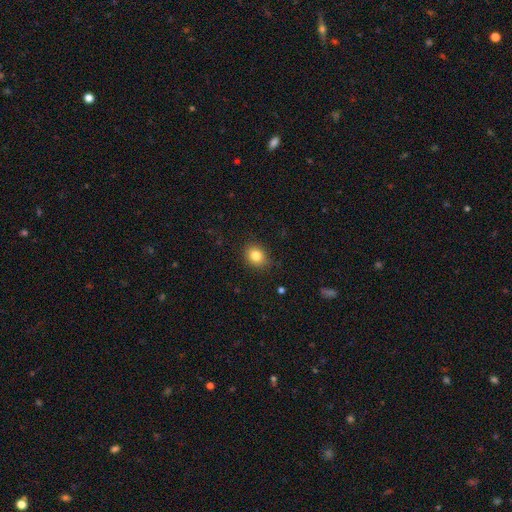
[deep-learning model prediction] A smooth galaxy with no disk features (84%) that is round (54%). Merging: none (85%).